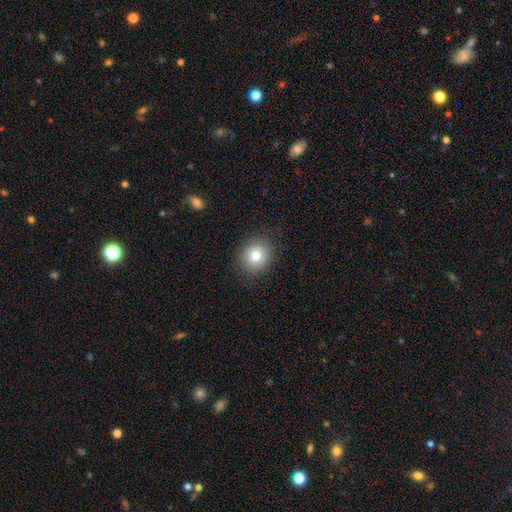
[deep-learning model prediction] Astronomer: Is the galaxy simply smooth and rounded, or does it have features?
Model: smooth — 78%.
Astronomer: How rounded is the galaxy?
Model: round — 78%.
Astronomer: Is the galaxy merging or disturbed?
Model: none — 87%.